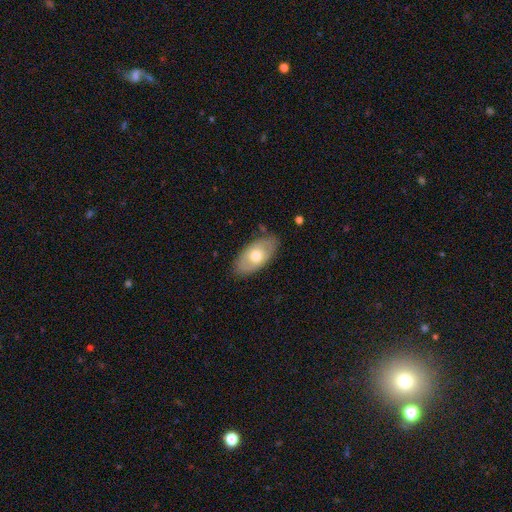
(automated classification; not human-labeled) smooth_or_featured: smooth (p=0.61) [alt: featured or disk p=0.34]
how_rounded: in between (p=0.93) [alt: round p=0.04]
merging: none (p=0.80) [alt: minor disturbance p=0.15]